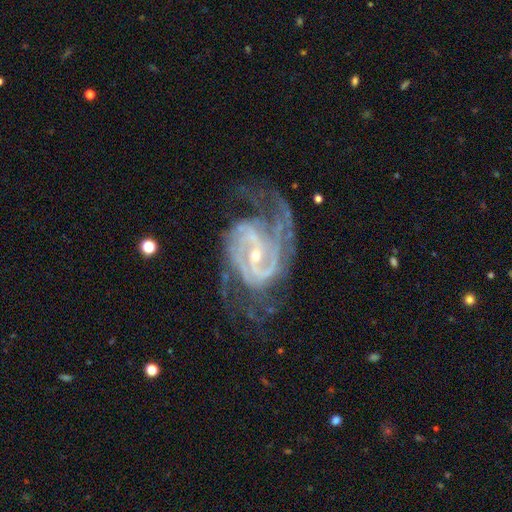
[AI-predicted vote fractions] The model was most divided on "spiral winding": medium: 46%, tight: 40%, loose: 15%. Remaining: spiral arms — yes (97%); edge-on disk — no (97%); smooth or featured — featured or disk (92%); bulge size — small (70%); spiral arm count — 2 (56%); merging — none (53%); bar — weak (43%).